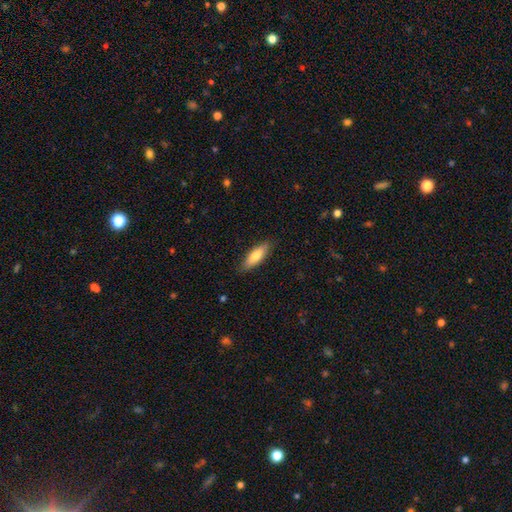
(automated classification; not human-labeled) This appears to be a smooth galaxy with no disk features (75%) that is in between round and cigar-shaped (54%). Merging: none (86%).